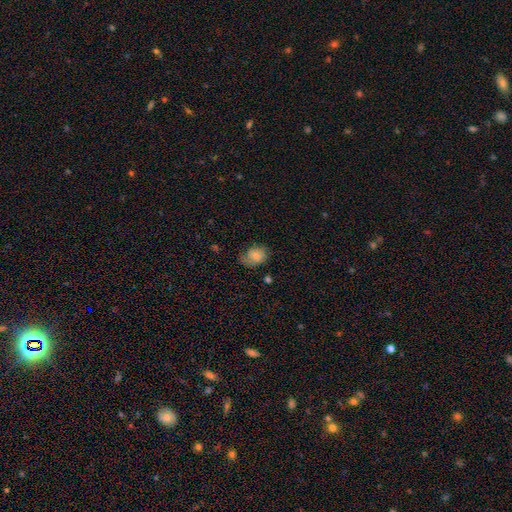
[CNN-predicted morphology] This appears to be a smooth galaxy with no disk features (68%) that is in between round and cigar-shaped (68%). Merging: none (60%).